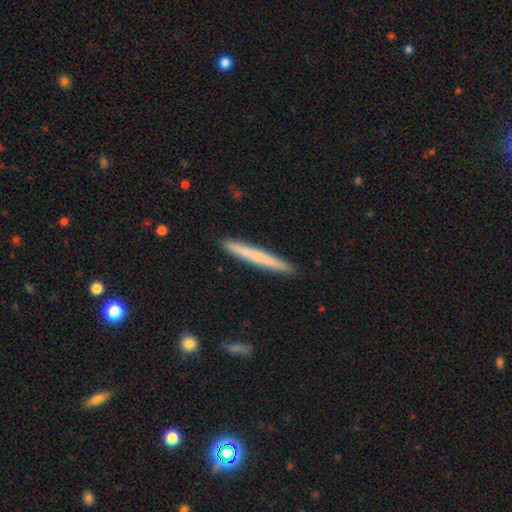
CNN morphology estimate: smooth_or_featured: smooth (p=0.59) [alt: featured or disk p=0.36]
how_rounded: cigar-shaped (p=0.97) [alt: in between p=0.02]
merging: none (p=0.91) [alt: minor disturbance p=0.06]